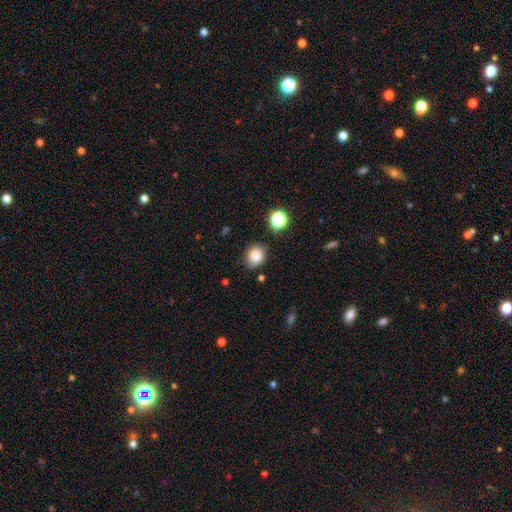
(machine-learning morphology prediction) smooth_or_featured: smooth (p=0.83) [alt: star or artifact p=0.11]
how_rounded: round (p=0.65) [alt: in between p=0.34]
merging: none (p=0.79) [alt: minor disturbance p=0.15]